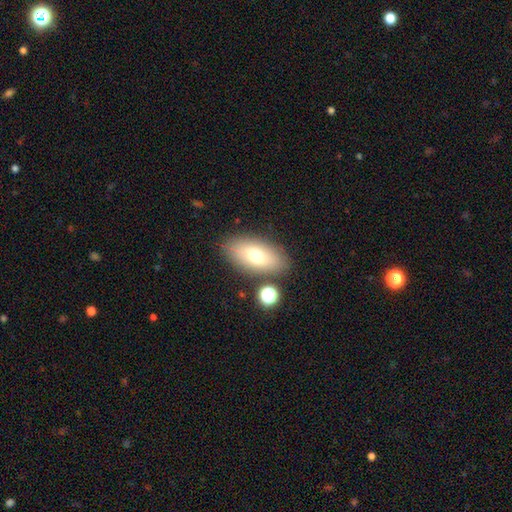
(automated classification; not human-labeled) Smooth or featured?
  - smooth: 70% *
  - featured or disk: 20%
  - star or artifact: 9%
How rounded?
  - in between: 90% *
  - cigar-shaped: 6%
  - round: 5%
Merging?
  - none: 81% *
  - minor disturbance: 11%
  - merger: 5%
  - major disturbance: 3%